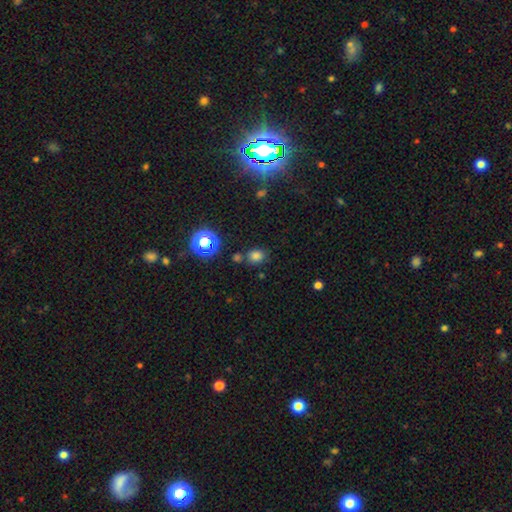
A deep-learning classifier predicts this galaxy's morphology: This appears to be a smooth galaxy with no disk features (75%) that is round (59%). Merging: none (74%).